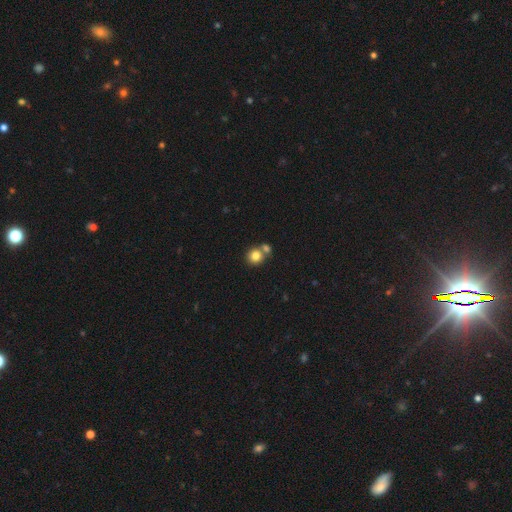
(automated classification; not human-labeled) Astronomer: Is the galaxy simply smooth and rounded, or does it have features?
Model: smooth — 81%.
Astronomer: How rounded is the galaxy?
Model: round — 86%.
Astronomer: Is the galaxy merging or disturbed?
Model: none — 52% (runner-up: merger, 38%).